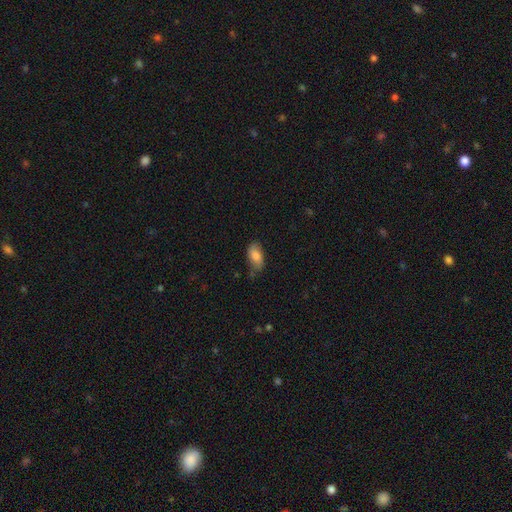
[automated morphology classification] type=smooth (80%); roundness=in between (91%); merging=none (65%).